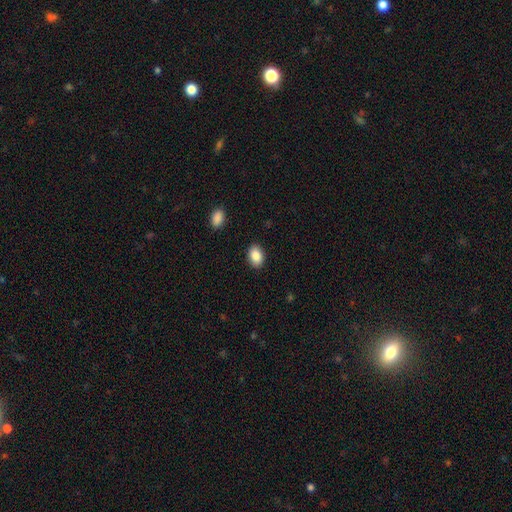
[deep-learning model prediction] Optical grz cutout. It shows a smooth galaxy with no disk features (87%) that is in between round and cigar-shaped (80%). Merging: none (89%).